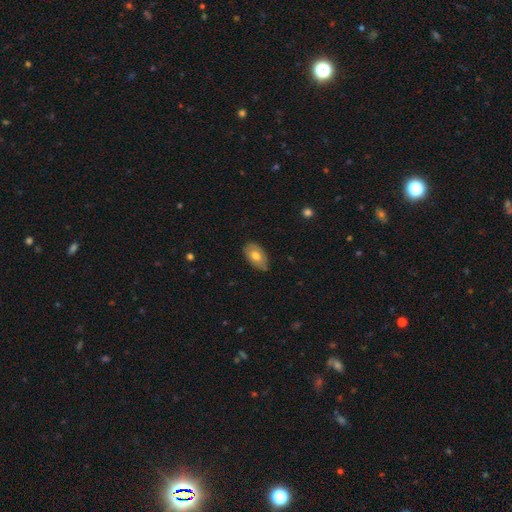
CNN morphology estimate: Smooth or featured?
  - smooth: 72% *
  - featured or disk: 21%
  - star or artifact: 7%
How rounded?
  - in between: 92% *
  - round: 7%
  - cigar-shaped: 2%
Merging?
  - none: 79% *
  - minor disturbance: 18%
  - major disturbance: 2%
  - merger: 1%